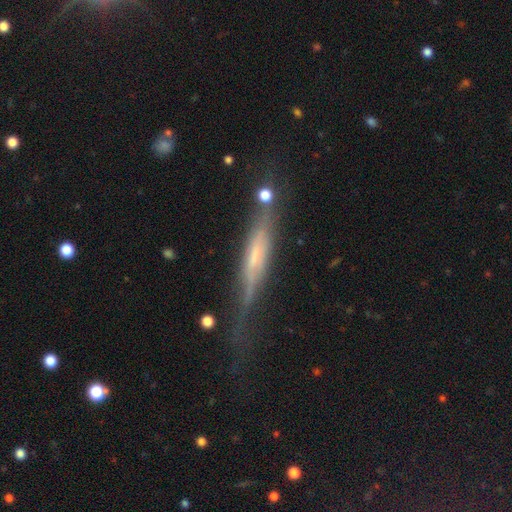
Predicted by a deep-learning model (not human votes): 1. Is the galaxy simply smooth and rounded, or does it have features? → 66% featured or disk, 26% smooth, 8% star or artifact.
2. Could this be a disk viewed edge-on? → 88% yes, 12% no.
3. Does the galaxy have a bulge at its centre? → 43% none, 32% rounded, 25% boxy.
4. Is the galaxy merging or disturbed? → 54% none, 25% minor disturbance, 15% major disturbance, 6% merger.